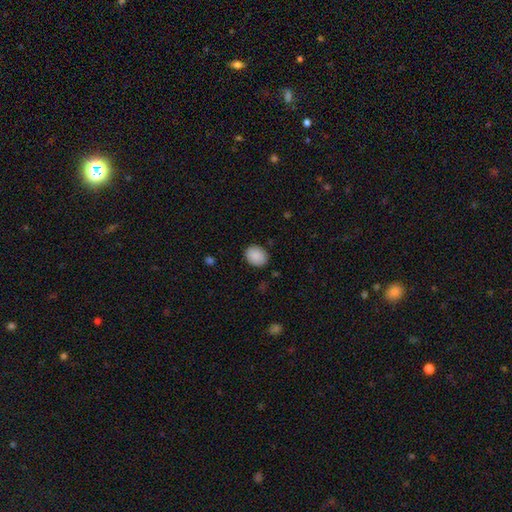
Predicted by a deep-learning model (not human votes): Smooth or featured? Predicted: smooth (p=0.89). How rounded? Predicted: in between (p=0.51). Merging? Predicted: none (p=0.86).